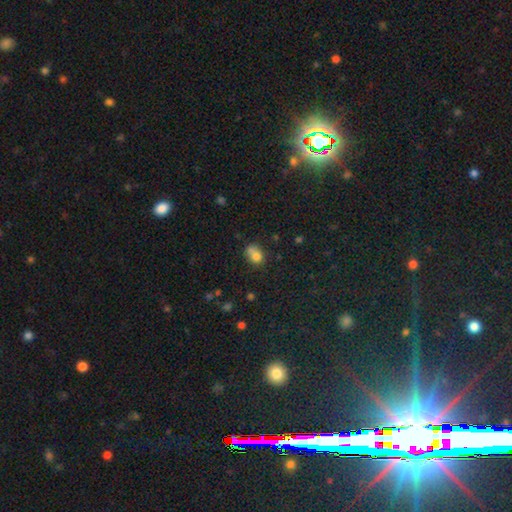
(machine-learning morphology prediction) Smooth or featured?
  - smooth: 75% *
  - star or artifact: 13%
  - featured or disk: 12%
How rounded?
  - round: 50% *
  - in between: 49%
  - cigar-shaped: 1%
Merging?
  - none: 36% * (tied)
  - merger: 36% * (tied)
  - minor disturbance: 19%
  - major disturbance: 8%